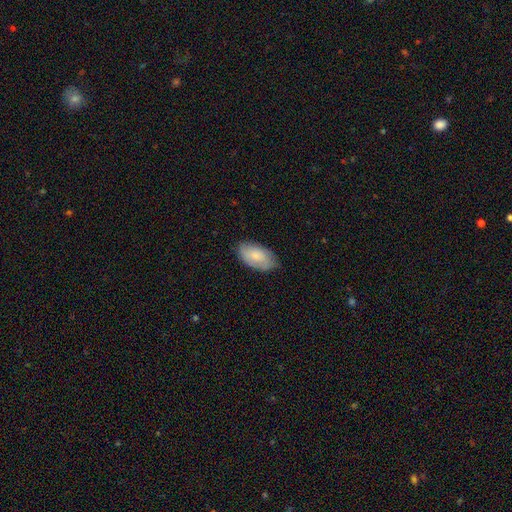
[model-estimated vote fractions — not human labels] smooth 73%, featured or disk 21%, star or artifact 6%. Down the decision tree: how rounded — in between (94%); merging — none (73%).